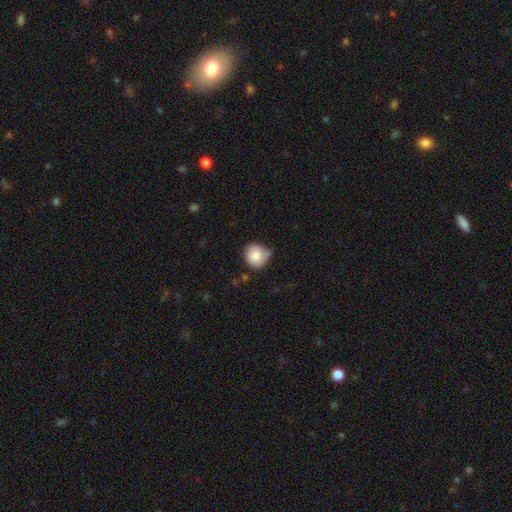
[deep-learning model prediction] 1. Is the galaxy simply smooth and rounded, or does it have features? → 78% smooth, 14% featured or disk, 8% star or artifact.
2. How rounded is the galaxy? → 89% round, 11% in between, 1% cigar-shaped.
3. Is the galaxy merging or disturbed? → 53% none, 34% minor disturbance, 8% major disturbance, 5% merger.